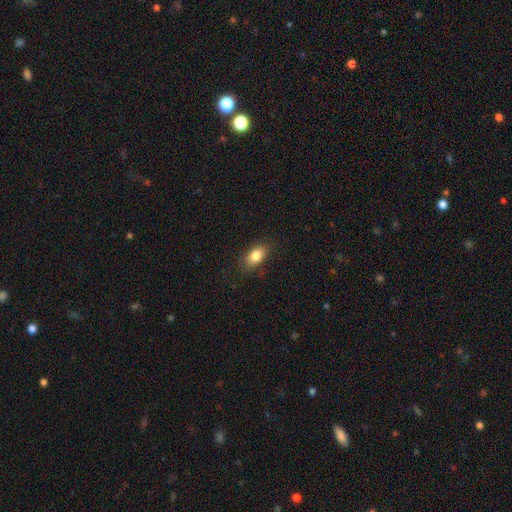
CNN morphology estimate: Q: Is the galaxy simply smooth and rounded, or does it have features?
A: smooth — 84%.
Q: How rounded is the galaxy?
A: in between — 88%.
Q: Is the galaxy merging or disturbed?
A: none — 84%.